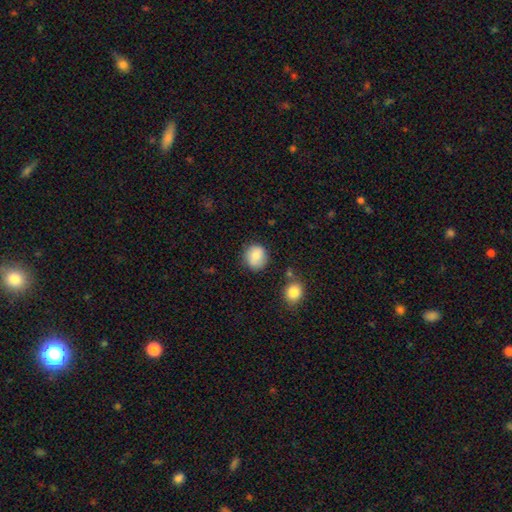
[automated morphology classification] smooth-or-featured: smooth: 82% | featured or disk: 10% | star or artifact: 8%
  how-rounded: round: 87% | in between: 12% | cigar-shaped: 1%
  merging: none: 81% | minor disturbance: 13% | major disturbance: 3% | merger: 3%